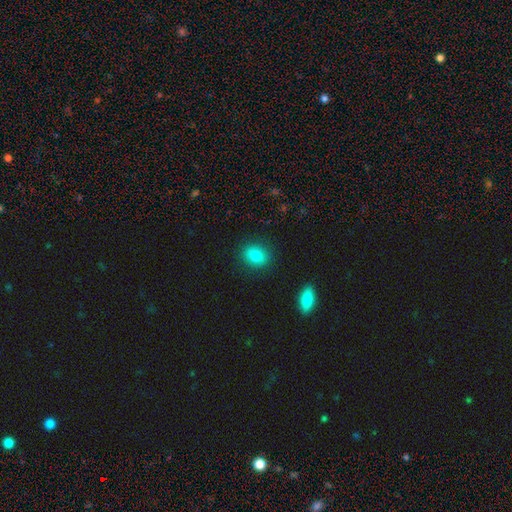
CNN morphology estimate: smooth_or_featured: smooth (p=0.81) [alt: star or artifact p=0.10]
how_rounded: round (p=0.58) [alt: in between p=0.41]
merging: none (p=0.89) [alt: minor disturbance p=0.08]